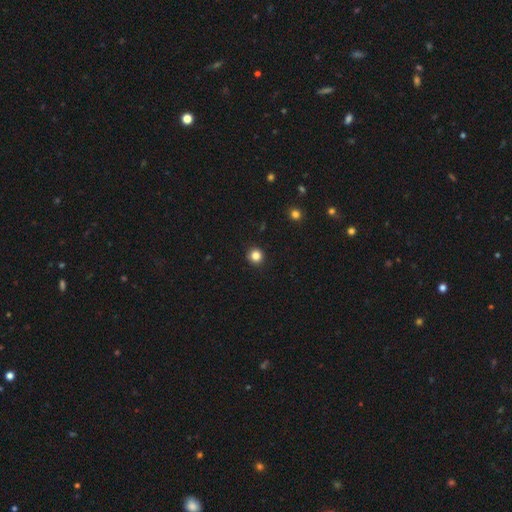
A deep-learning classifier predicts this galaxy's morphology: Smooth or featured? Predicted: smooth (p=0.84). How rounded? Predicted: round (p=0.94). Merging? Predicted: none (p=0.93).